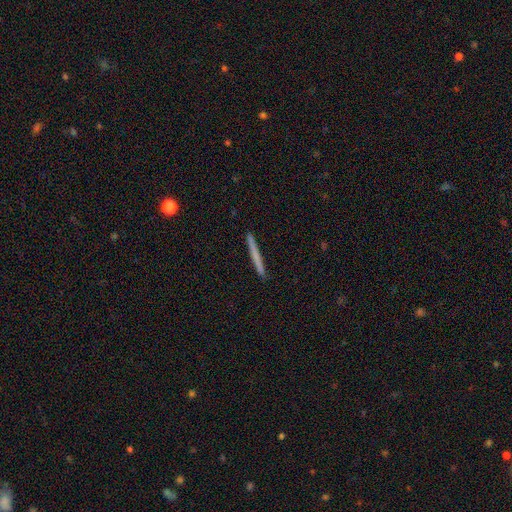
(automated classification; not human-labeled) smooth_or_featured: smooth (p=0.62) [alt: featured or disk p=0.32]
how_rounded: cigar-shaped (p=0.97) [alt: in between p=0.02]
merging: none (p=0.92) [alt: minor disturbance p=0.05]